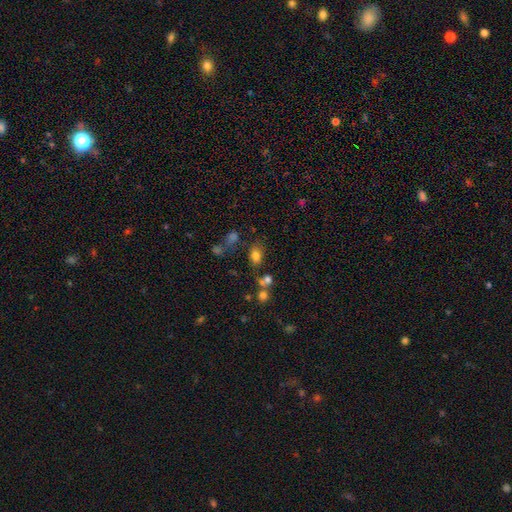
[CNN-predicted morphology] Smooth or featured?
  - smooth: 77% *
  - star or artifact: 14%
  - featured or disk: 9%
How rounded?
  - in between: 72% *
  - round: 26%
  - cigar-shaped: 2%
Merging?
  - none: 67% *
  - minor disturbance: 14%
  - merger: 13%
  - major disturbance: 6%